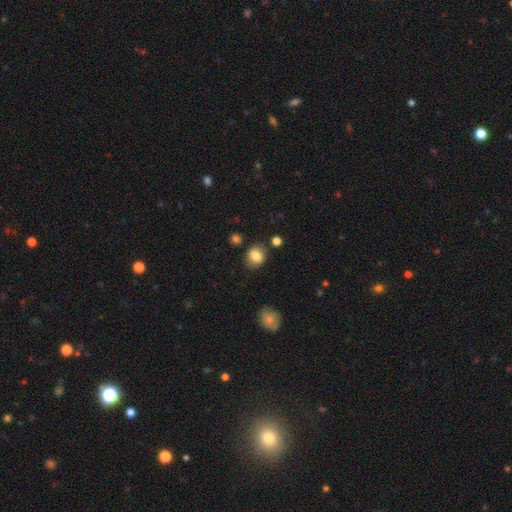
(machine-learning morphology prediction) type=smooth (80%); roundness=round (50%); merging=none (77%).